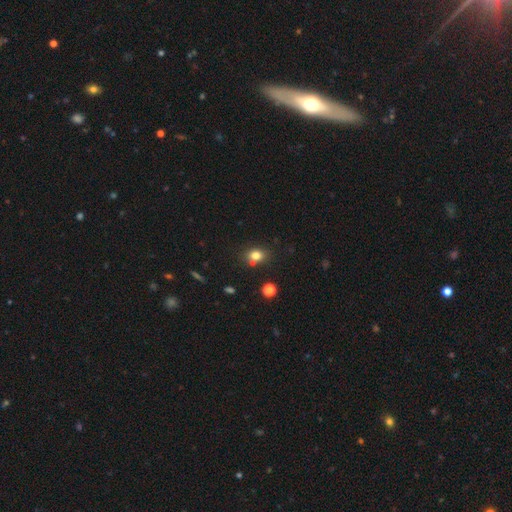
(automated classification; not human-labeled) This appears to be a smooth galaxy with no disk features (77%) that is round (50%). Merging: none (66%).